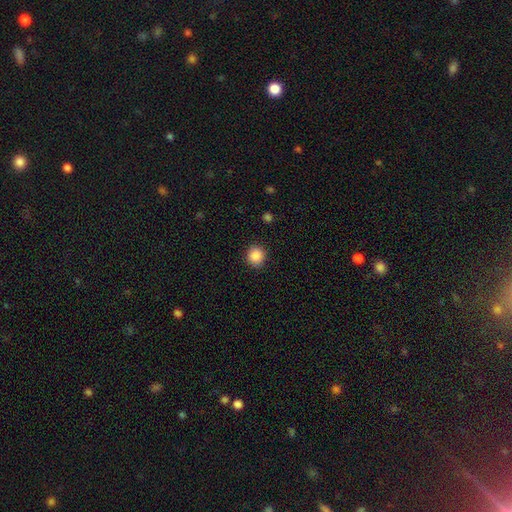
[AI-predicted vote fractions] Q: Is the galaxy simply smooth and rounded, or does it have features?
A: smooth — 87%.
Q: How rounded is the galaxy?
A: round — 89%.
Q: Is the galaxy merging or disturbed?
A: none — 90%.